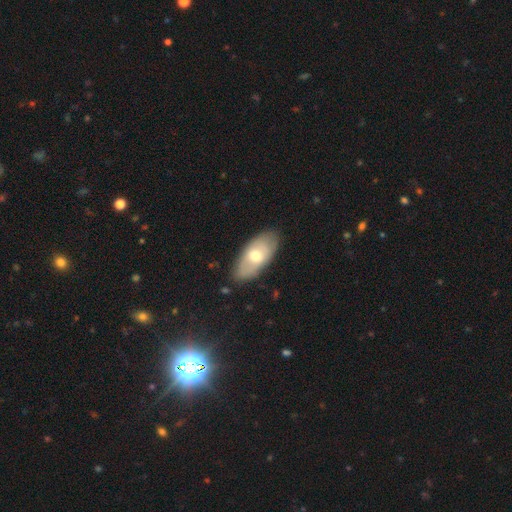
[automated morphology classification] smooth_or_featured: smooth (p=0.59) [alt: featured or disk p=0.35]
how_rounded: in between (p=0.90) [alt: cigar-shaped p=0.07]
merging: none (p=0.82) [alt: minor disturbance p=0.13]